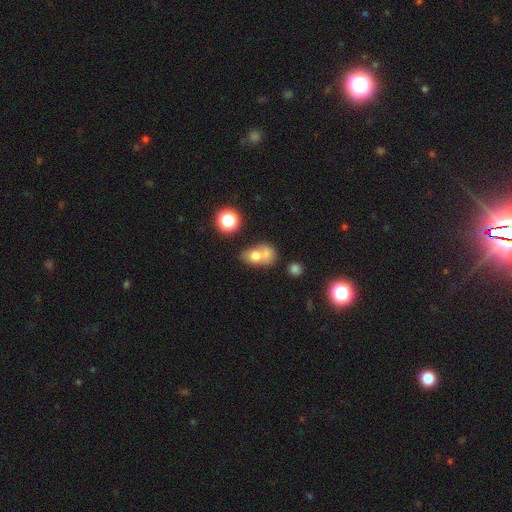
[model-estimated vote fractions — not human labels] Morphology: type=smooth (67%); roundness=in between (62%); merging=merger (63%).